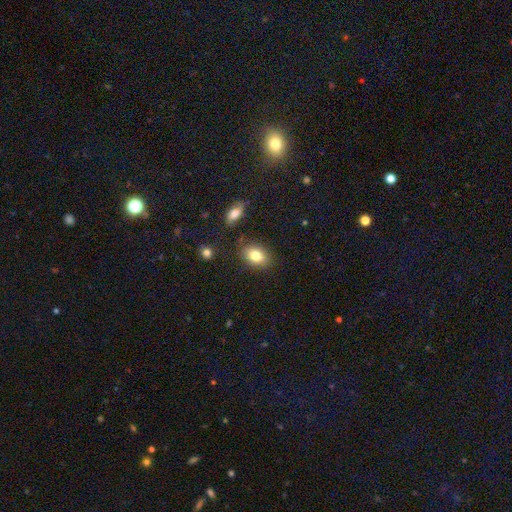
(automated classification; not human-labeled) The model was most divided on "how rounded": in between: 80%, round: 19%, cigar-shaped: 1%. More confident: smooth or featured — smooth (82%); merging — none (80%).